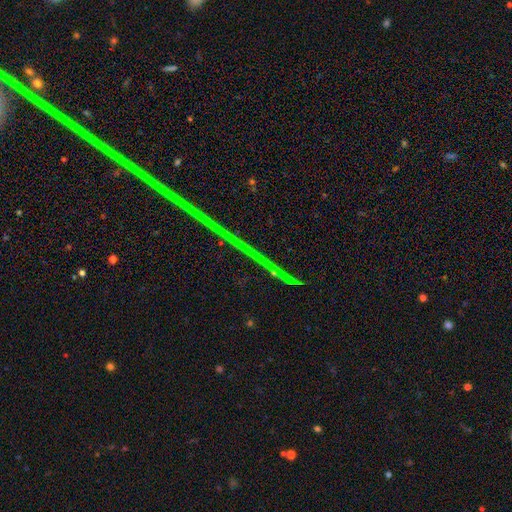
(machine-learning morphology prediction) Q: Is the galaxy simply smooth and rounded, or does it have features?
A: star or artifact — 88%.